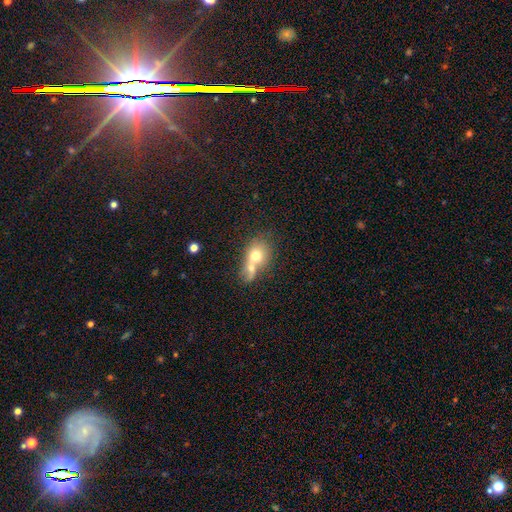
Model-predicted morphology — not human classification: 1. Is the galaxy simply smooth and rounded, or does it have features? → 68% smooth, 22% featured or disk, 9% star or artifact.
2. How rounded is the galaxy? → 57% round, 41% in between, 2% cigar-shaped.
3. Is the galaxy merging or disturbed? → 69% merger, 19% none, 7% minor disturbance, 6% major disturbance.